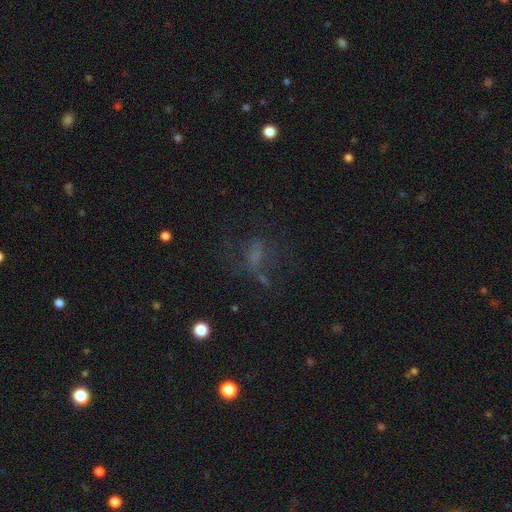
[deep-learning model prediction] A smooth galaxy with no disk features (39%).

Vote fractions:
- Smooth or featured? smooth: 39% / star or artifact: 31% / featured or disk: 30%
- Merging? none: 45% / major disturbance: 33% / minor disturbance: 17% / merger: 4%